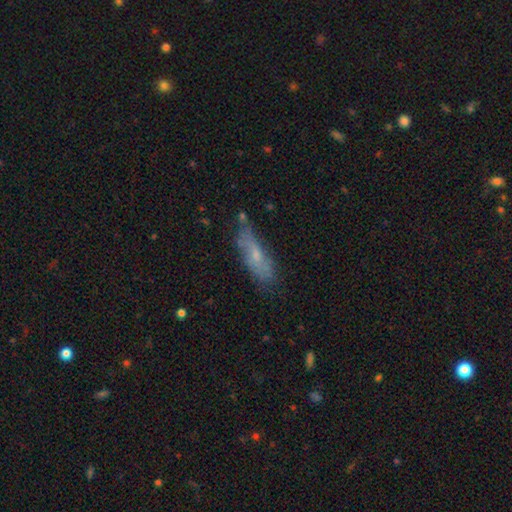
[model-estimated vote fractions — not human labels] smooth-or-featured: smooth: 55% | featured or disk: 37% | star or artifact: 8%
  how-rounded: cigar-shaped: 59% | in between: 38% | round: 2%
  merging: none: 66% | minor disturbance: 24% | major disturbance: 7% | merger: 4%